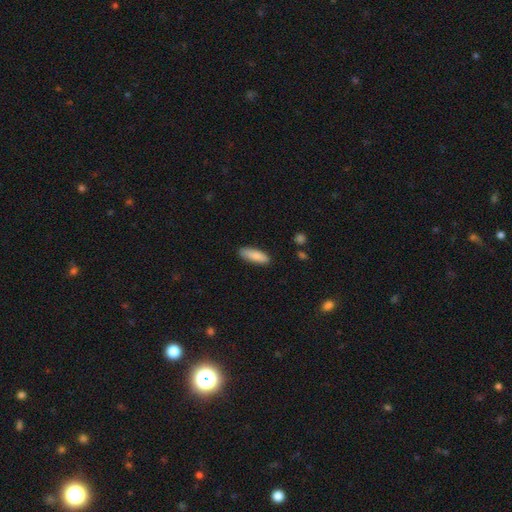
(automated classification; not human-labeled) Overall: smooth (87%). How rounded: in between (55%; cigar-shaped 43%). Merging: none (85%).